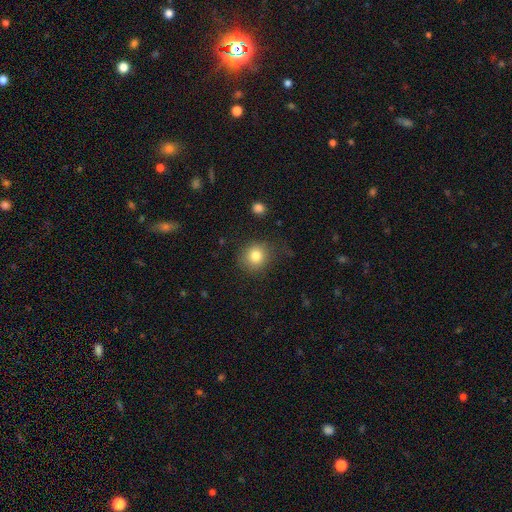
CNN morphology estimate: The model was most divided on "merging": none: 81%, minor disturbance: 12%, major disturbance: 4%, merger: 2%. More confident: how rounded — round (86%); smooth or featured — smooth (81%).